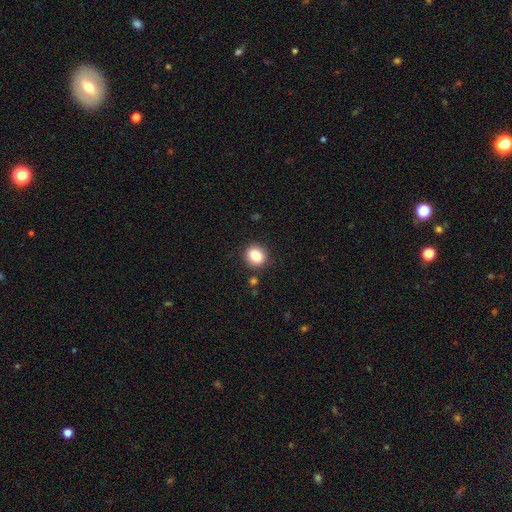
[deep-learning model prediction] smooth-or-featured: smooth: 82% | star or artifact: 10% | featured or disk: 7%
  how-rounded: round: 73% | in between: 26% | cigar-shaped: 1%
  merging: none: 88% | minor disturbance: 7% | major disturbance: 2% | merger: 2%